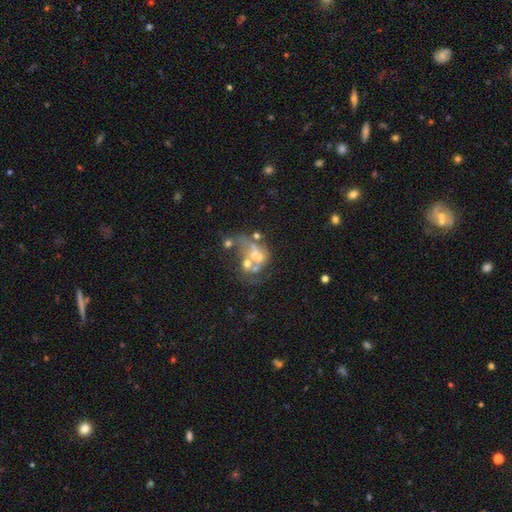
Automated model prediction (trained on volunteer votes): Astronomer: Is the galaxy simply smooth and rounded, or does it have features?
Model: featured or disk — 56%.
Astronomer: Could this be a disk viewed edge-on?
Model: no — 97%.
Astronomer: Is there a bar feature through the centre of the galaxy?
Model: no — 80%.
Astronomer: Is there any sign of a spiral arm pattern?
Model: no — 79%.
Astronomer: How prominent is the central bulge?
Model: moderate — 38% (runner-up: none, 29%).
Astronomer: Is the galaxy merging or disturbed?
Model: merger — 41% (runner-up: major disturbance, 29%).